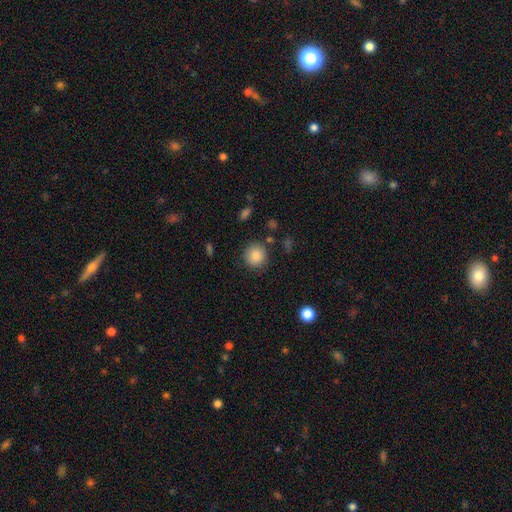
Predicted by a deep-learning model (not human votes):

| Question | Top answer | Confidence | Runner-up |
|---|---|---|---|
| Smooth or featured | smooth | 86% | star or artifact (9%) |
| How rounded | round | 90% | in between (9%) |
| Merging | none | 86% | minor disturbance (9%) |